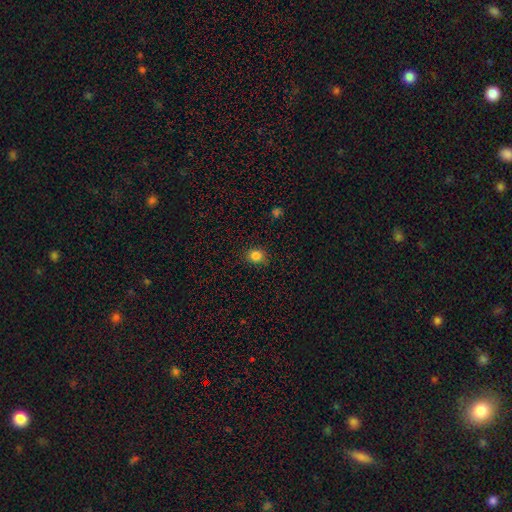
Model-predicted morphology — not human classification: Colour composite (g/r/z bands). It shows a smooth galaxy with no disk features (83%) that is round (73%). Merging: none (86%).